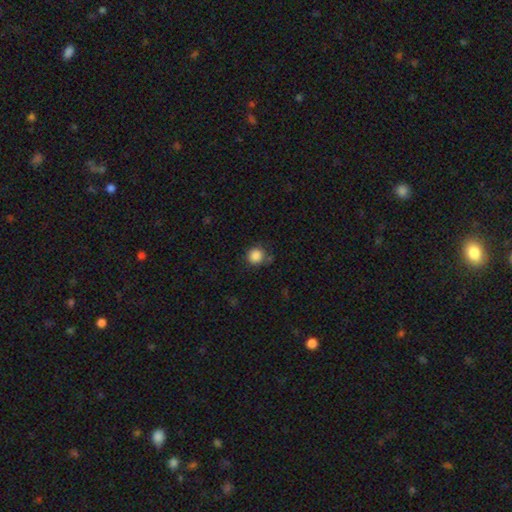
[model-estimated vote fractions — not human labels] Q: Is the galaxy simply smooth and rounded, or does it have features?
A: smooth — 87%.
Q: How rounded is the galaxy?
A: round — 92%.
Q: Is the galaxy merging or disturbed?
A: none — 76%.